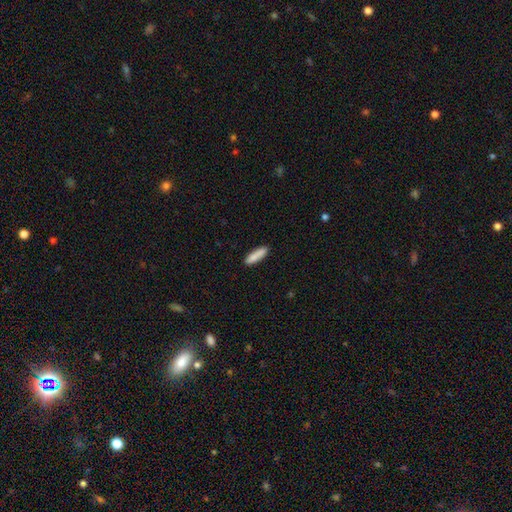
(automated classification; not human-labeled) This is clearly a smooth galaxy (87%). How rounded: likely cigar-shaped (66%). Merging: clearly none (87%).